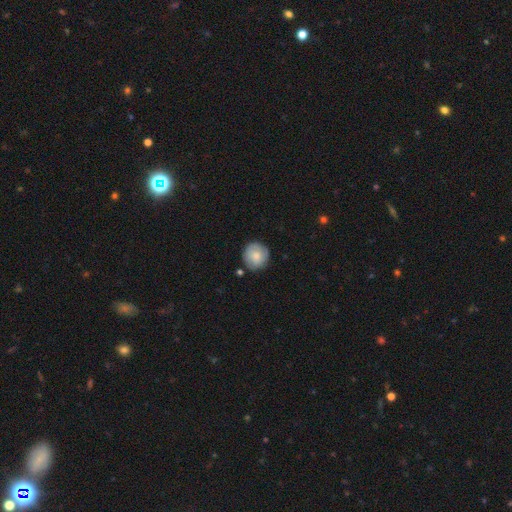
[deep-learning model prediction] Smooth or featured: smooth — 77% (featured or disk — 17%)
How rounded: round — 93% (in between — 6%)
Merging: none — 82% (minor disturbance — 12%)